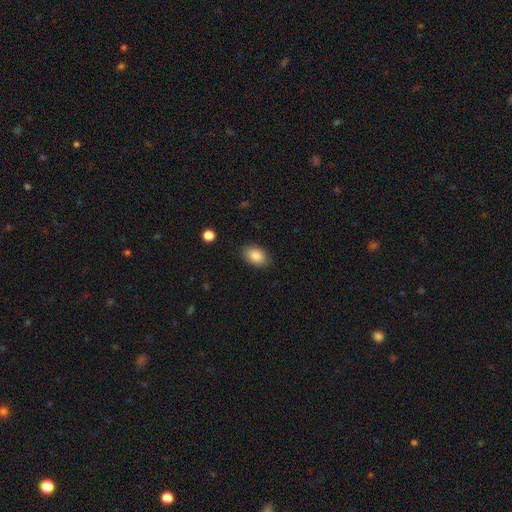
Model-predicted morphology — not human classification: Q: Smooth or featured?
A: smooth (86%); runner-up: star or artifact (8%)
Q: How rounded?
A: in between (85%); runner-up: round (14%)
Q: Merging?
A: none (85%); runner-up: minor disturbance (11%)